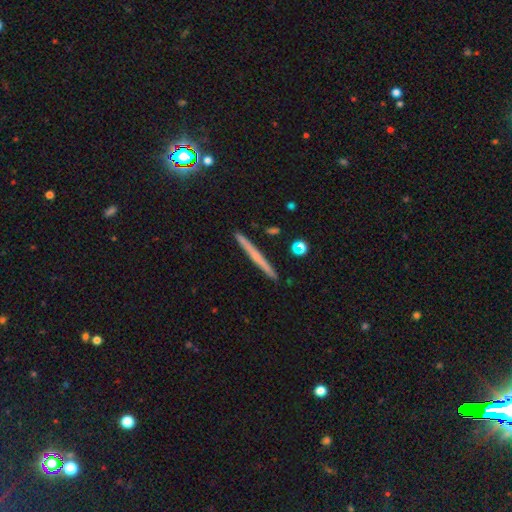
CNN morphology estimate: Smooth or featured? featured or disk (52%)
Edge-on disk? yes (97%)
Edge-on bulge? none (71%)
Merging? none (92%)